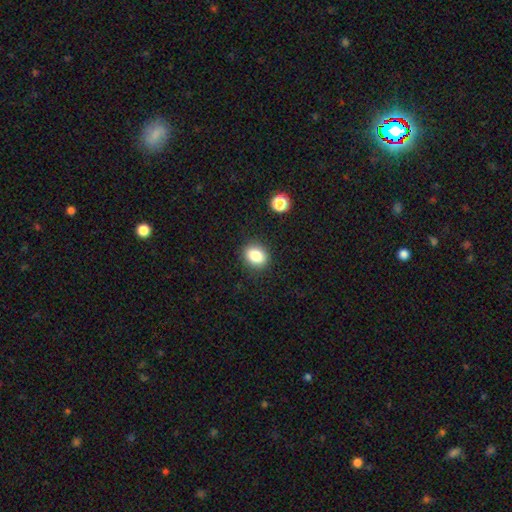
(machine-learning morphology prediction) A smooth galaxy with no disk features (84%) that is in between round and cigar-shaped (51%). Merging: none (88%).